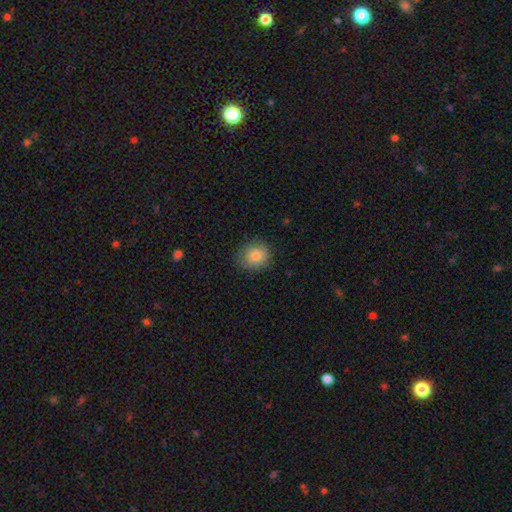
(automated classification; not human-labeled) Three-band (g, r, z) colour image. It shows a smooth galaxy with no disk features (84%) that is round (78%). Merging: none (83%).